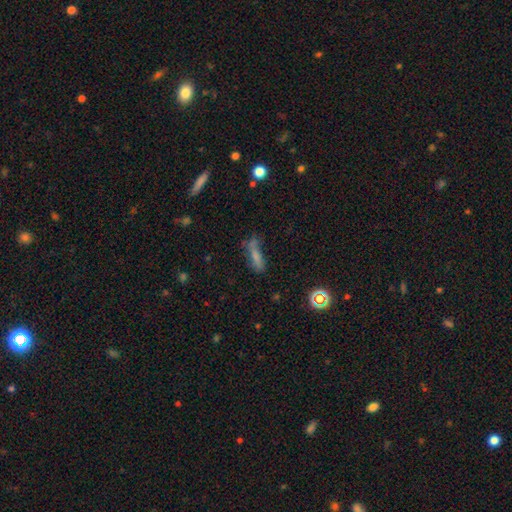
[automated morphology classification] This appears to be a smooth galaxy with no disk features (65%) that is cigar-shaped (63%). Merging: none (49%).